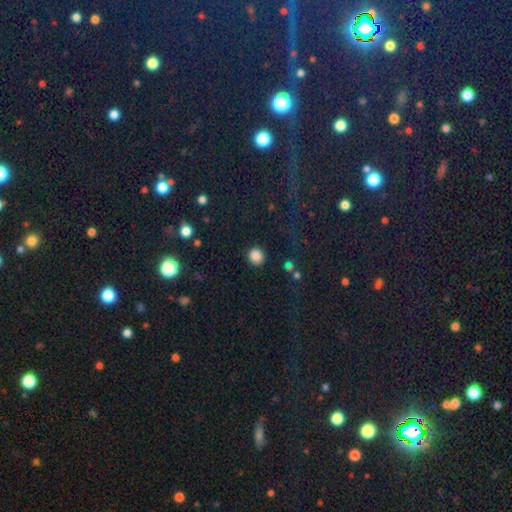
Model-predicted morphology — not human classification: Overall: smooth (86%). How rounded: round (88%). Merging: none (88%).